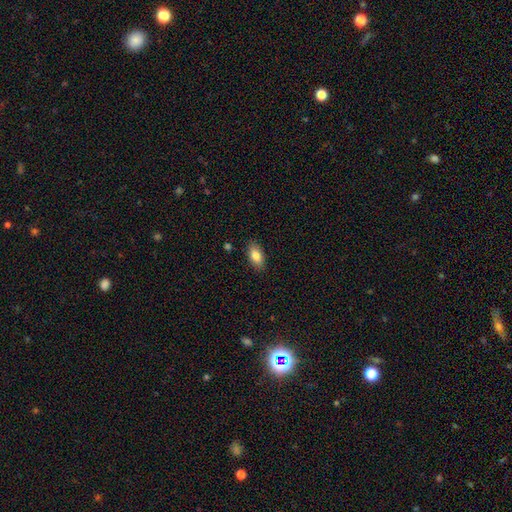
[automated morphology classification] This is clearly a smooth galaxy (83%). How rounded: clearly in between (91%). Merging: clearly none (87%).